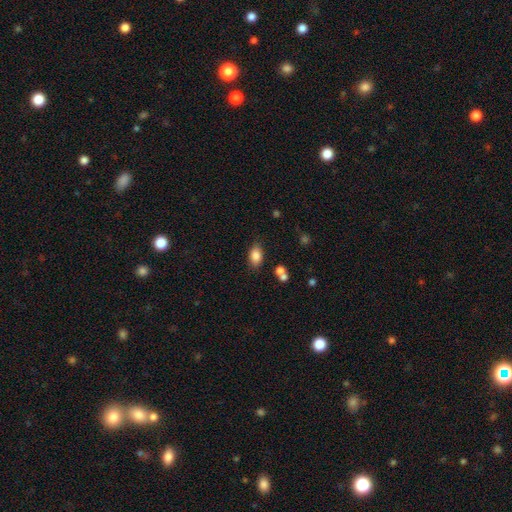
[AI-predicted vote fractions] Overall: smooth (83%). How rounded: in between (87%). Merging: none (78%).